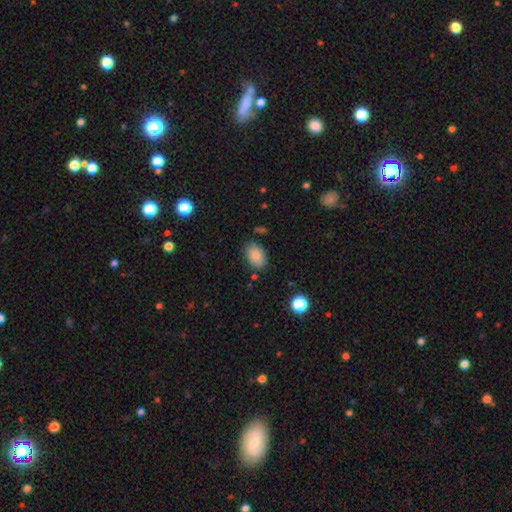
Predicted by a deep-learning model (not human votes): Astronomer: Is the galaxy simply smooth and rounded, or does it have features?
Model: smooth — 85%.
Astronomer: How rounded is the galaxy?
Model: in between — 87%.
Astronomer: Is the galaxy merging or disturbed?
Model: none — 81%.